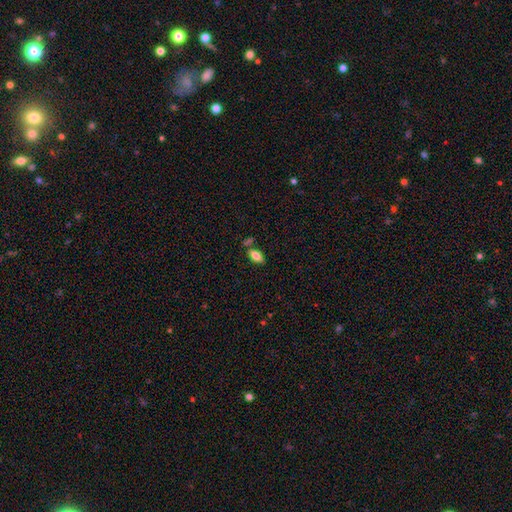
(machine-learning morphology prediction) Smooth or featured: smooth — 77% (featured or disk — 15%)
How rounded: in between — 88% (cigar-shaped — 9%)
Merging: none — 73% (minor disturbance — 12%)